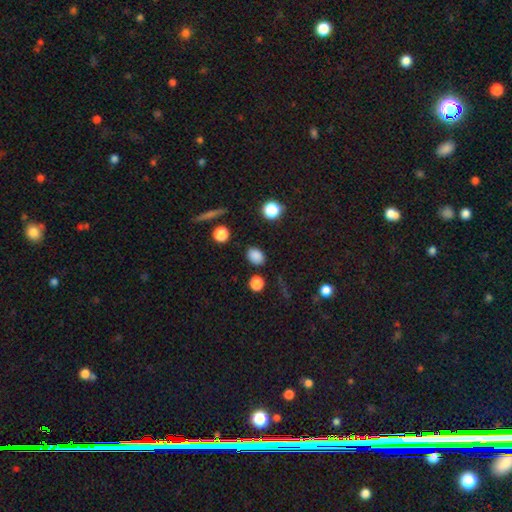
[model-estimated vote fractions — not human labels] smooth_or_featured: smooth (p=0.84) [alt: star or artifact p=0.11]
how_rounded: in between (p=0.72) [alt: round p=0.26]
merging: none (p=0.85) [alt: minor disturbance p=0.10]